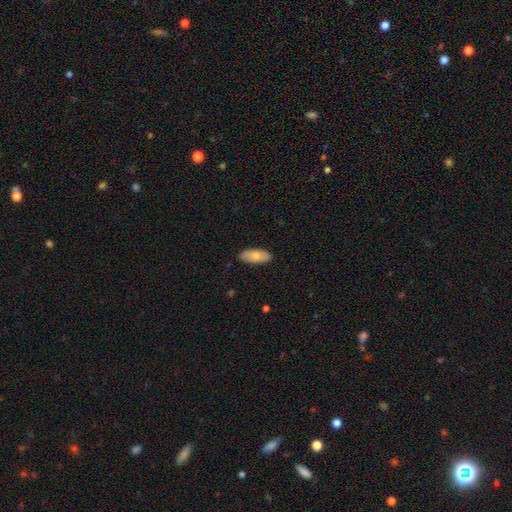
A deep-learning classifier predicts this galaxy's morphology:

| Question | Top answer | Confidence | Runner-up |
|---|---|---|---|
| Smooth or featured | smooth | 77% | featured or disk (17%) |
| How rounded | in between | 84% | cigar-shaped (14%) |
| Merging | none | 87% | minor disturbance (10%) |